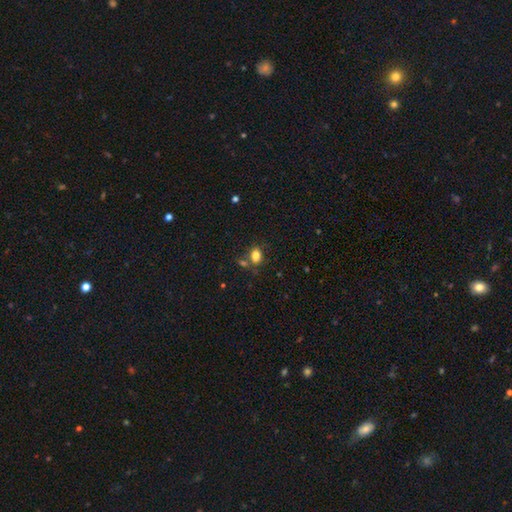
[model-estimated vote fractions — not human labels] Q: Smooth or featured?
A: smooth (81%); runner-up: star or artifact (11%)
Q: How rounded?
A: in between (73%); runner-up: round (26%)
Q: Merging?
A: none (66%); runner-up: merger (16%)